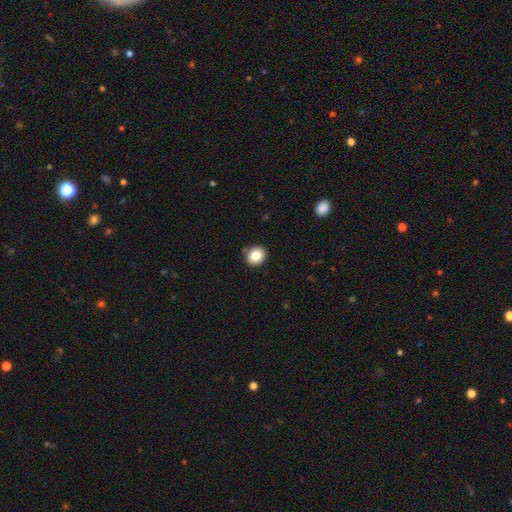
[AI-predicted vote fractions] Smooth or featured? Predicted: smooth (p=0.83). How rounded? Predicted: round (p=0.72). Merging? Predicted: none (p=0.88).